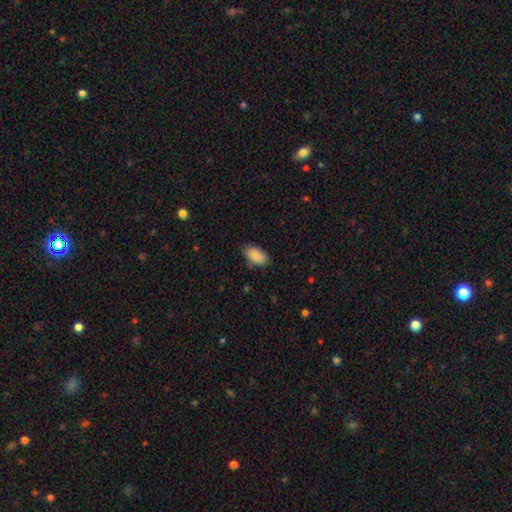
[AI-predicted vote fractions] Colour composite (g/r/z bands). It shows a smooth galaxy with no disk features (88%) that is in between round and cigar-shaped (93%). Merging: none (75%).